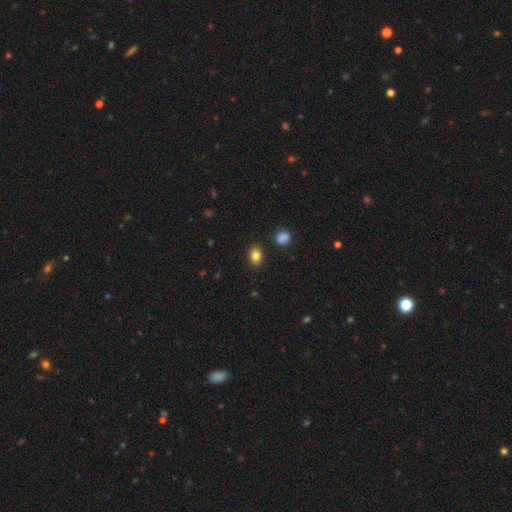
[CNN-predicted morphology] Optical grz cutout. It shows a smooth galaxy with no disk features (84%) that is in between round and cigar-shaped (74%). Merging: none (87%).